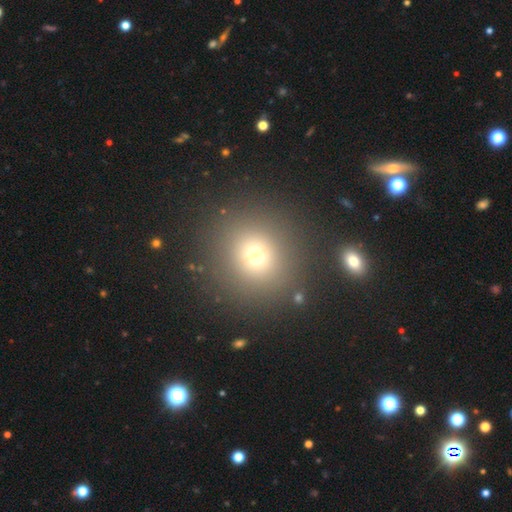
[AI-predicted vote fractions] Q: Smooth or featured?
A: smooth (67%); runner-up: star or artifact (23%)
Q: How rounded?
A: round (90%); runner-up: in between (9%)
Q: Merging?
A: none (86%); runner-up: minor disturbance (7%)